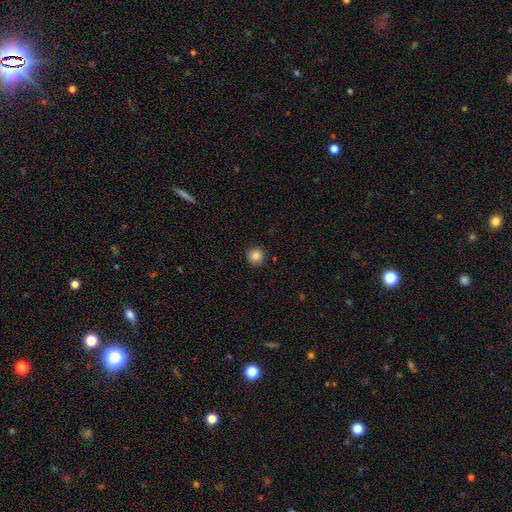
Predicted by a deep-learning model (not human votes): A smooth galaxy with no disk features (84%) that is round (95%). Merging: none (91%).